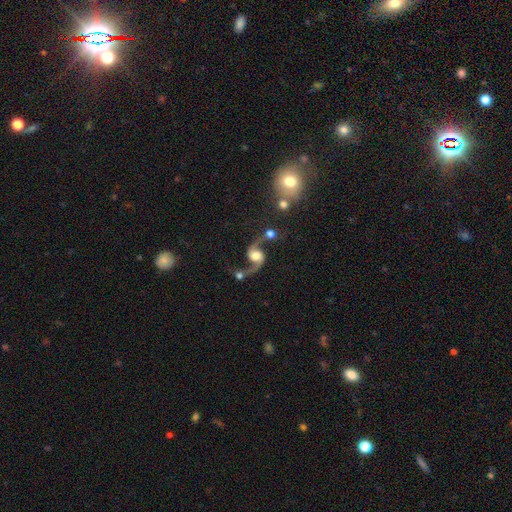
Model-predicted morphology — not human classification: Smooth or featured: featured or disk — 89% (star or artifact — 6%)
Edge-on disk: no — 97% (yes — 3%)
Bar: no — 61% (weak — 30%)
Spiral arms: yes — 97% (no — 3%)
Spiral winding: loose — 80% (medium — 16%)
Spiral arm count: 2 — 94% (1 — 2%)
Bulge size: moderate — 40% (large — 39%)
Merging: none — 60% (merger — 18%)